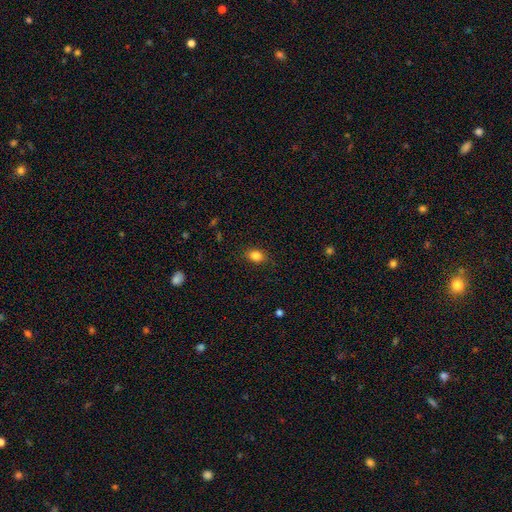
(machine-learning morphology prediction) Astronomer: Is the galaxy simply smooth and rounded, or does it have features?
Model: smooth — 84%.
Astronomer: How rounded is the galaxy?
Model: in between — 66%.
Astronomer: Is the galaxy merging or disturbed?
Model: none — 84%.